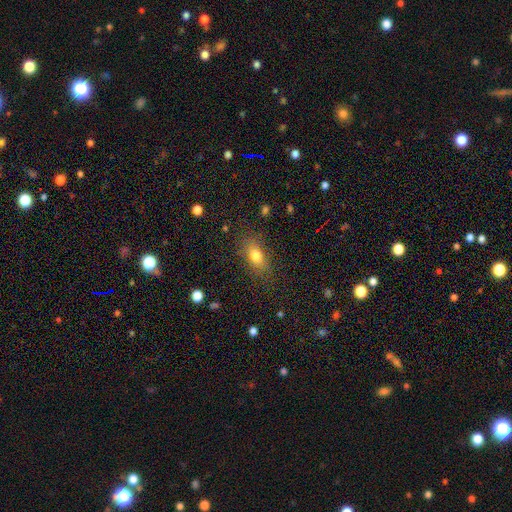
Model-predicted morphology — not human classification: smooth_or_featured: smooth (p=0.77) [alt: featured or disk p=0.12]
how_rounded: in between (p=0.80) [alt: round p=0.13]
merging: none (p=0.78) [alt: minor disturbance p=0.15]